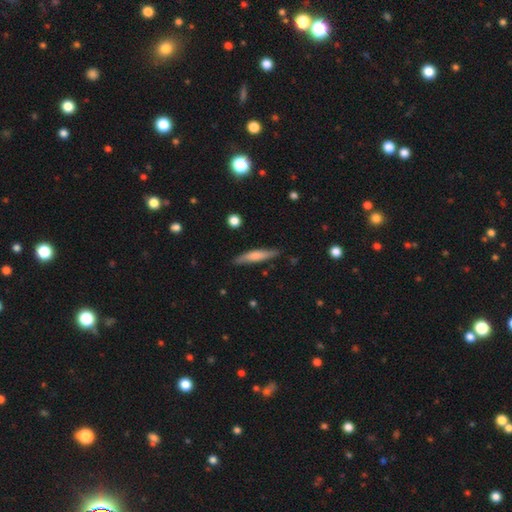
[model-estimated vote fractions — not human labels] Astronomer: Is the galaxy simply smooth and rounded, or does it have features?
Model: smooth — 60% (runner-up: featured or disk, 35%).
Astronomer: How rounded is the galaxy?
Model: cigar-shaped — 87%.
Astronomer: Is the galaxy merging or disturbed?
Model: none — 85%.